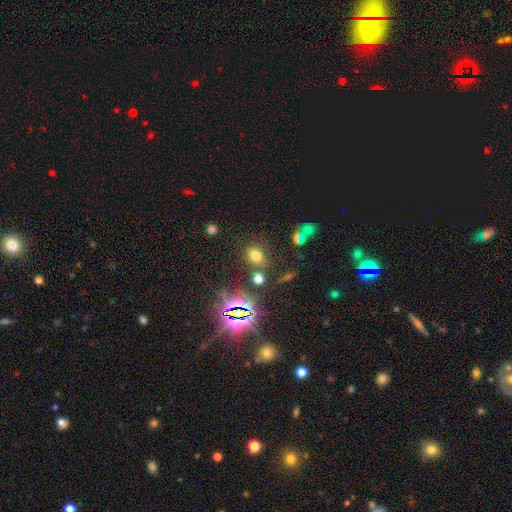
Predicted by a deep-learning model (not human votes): smooth_or_featured: smooth (p=0.65) [alt: star or artifact p=0.27]
how_rounded: round (p=0.59) [alt: in between p=0.40]
merging: none (p=0.77) [alt: minor disturbance p=0.11]